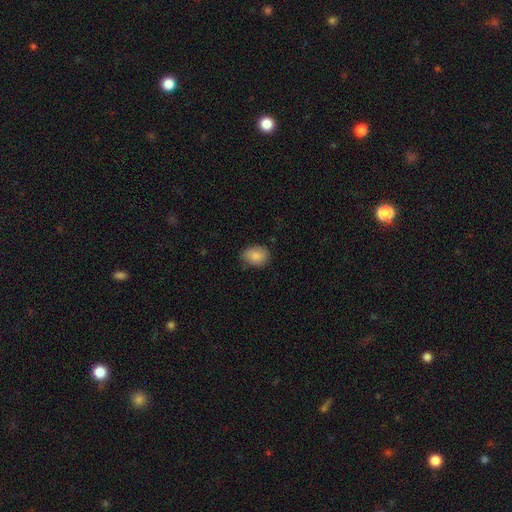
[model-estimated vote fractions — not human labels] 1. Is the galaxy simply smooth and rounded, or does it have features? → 87% smooth, 7% star or artifact, 6% featured or disk.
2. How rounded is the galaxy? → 69% in between, 30% round, 1% cigar-shaped.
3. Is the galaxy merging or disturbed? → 78% none, 18% minor disturbance, 3% major disturbance, 1% merger.